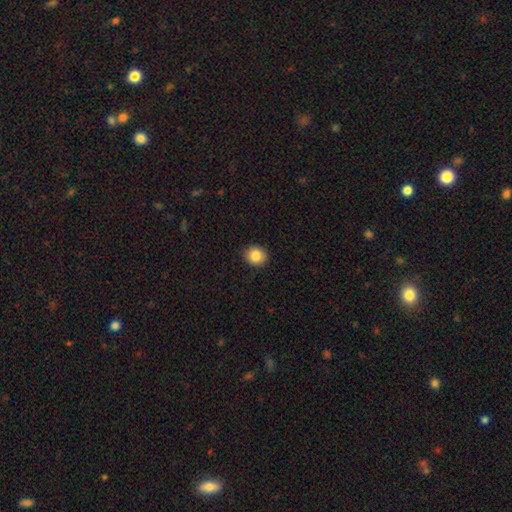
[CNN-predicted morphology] Smooth or featured? smooth (86%)
How rounded? round (78%)
Merging? none (90%)